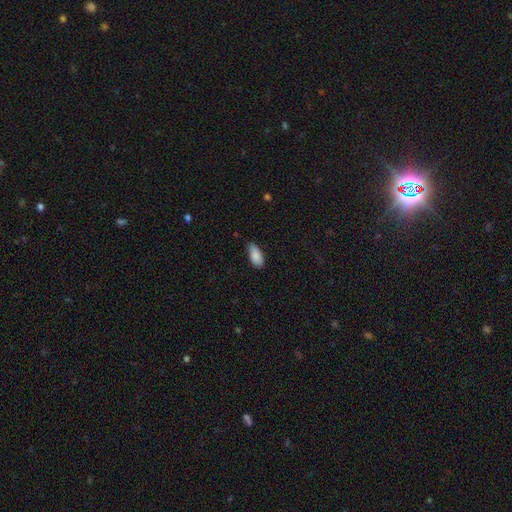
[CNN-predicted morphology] Smooth or featured? smooth (87%)
How rounded? in between (89%)
Merging? none (73%)